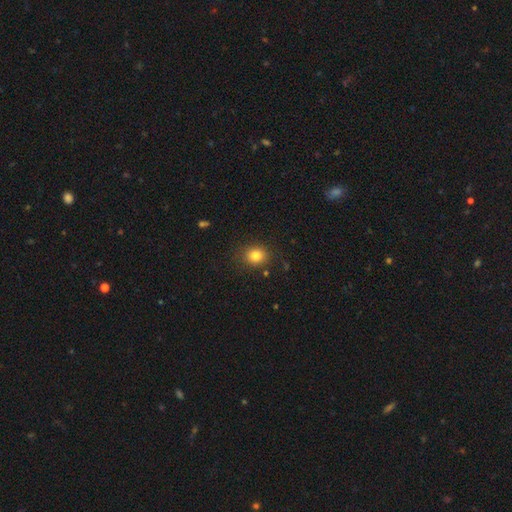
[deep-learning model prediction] A smooth galaxy with no disk features (82%) that is round (71%). Merging: none (86%).